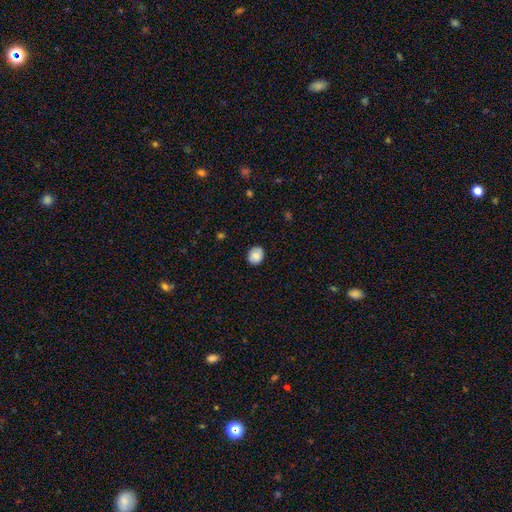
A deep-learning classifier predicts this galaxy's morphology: A smooth galaxy with no disk features (84%) that is round (59%). Merging: none (86%).